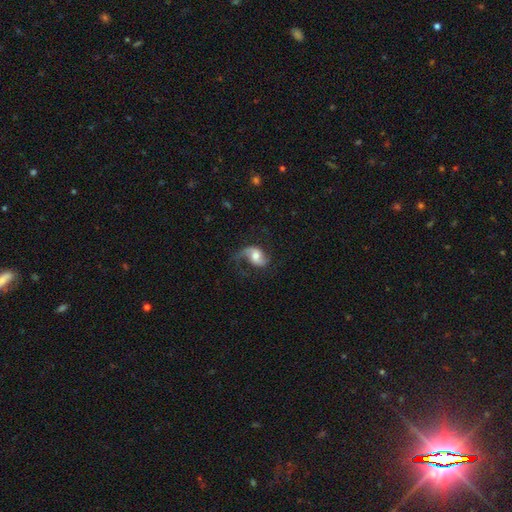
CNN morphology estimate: smooth-or-featured: featured or disk: 72% | smooth: 21% | star or artifact: 7%
  disk-edge-on: no: 97% | yes: 3%
    bar: no: 56% | weak: 32% | strong: 12%
    has-spiral-arms: yes: 93% | no: 7%
      spiral-winding: loose: 62% | medium: 30% | tight: 8%
      spiral-arm-count: 2: 74% | 1: 21% | can't tell: 3% | 3: 1% | 4: 1% | more than 4: 1%
    bulge-size: moderate: 65% | small: 17% | large: 14% | none: 2% | dominant: 2%
  merging: none: 53% | major disturbance: 23% | minor disturbance: 22% | merger: 2%